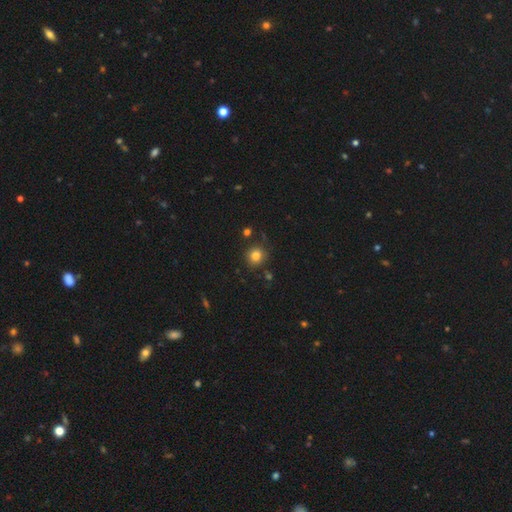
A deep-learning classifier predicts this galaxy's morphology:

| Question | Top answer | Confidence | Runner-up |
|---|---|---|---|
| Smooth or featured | smooth | 81% | star or artifact (13%) |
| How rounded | round | 88% | in between (12%) |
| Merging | none | 84% | minor disturbance (10%) |